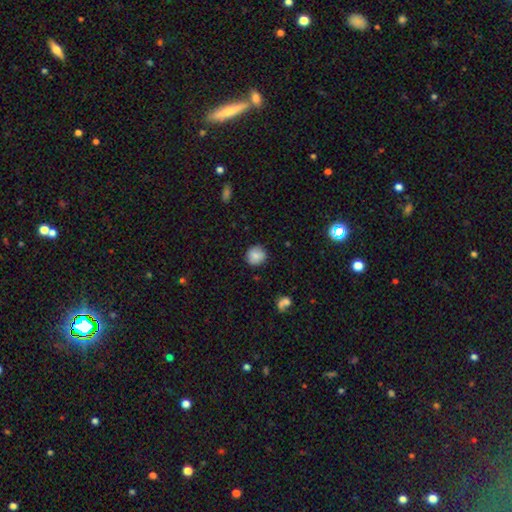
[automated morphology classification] A smooth galaxy with no disk features (81%) that is round (88%). Merging: none (85%).